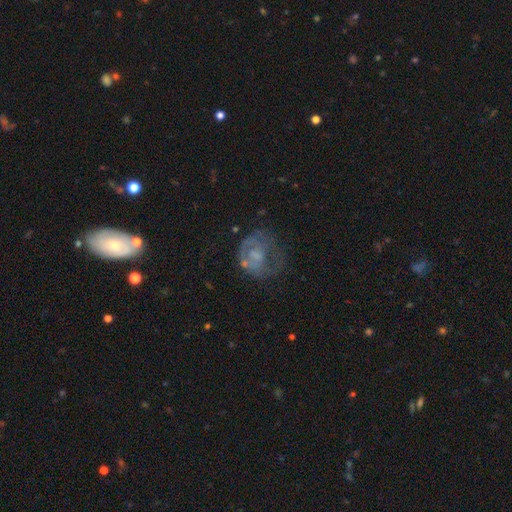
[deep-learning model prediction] A featured or disk galaxy (52%) with no bar (79%), no spiral arms (67%) and no central bulge (40%).

Vote fractions:
- Smooth or featured? featured or disk: 52% / smooth: 34% / star or artifact: 13%
- Edge-on disk? no: 97% / yes: 3%
- Bar? no: 79% / weak: 18% / strong: 3%
- Spiral arms? no: 67% / yes: 33%
- Bulge size? none: 40% / moderate: 27% / small: 26% / large: 6% / dominant: 2%
- Merging? none: 38% / major disturbance: 36% / minor disturbance: 21% / merger: 4%